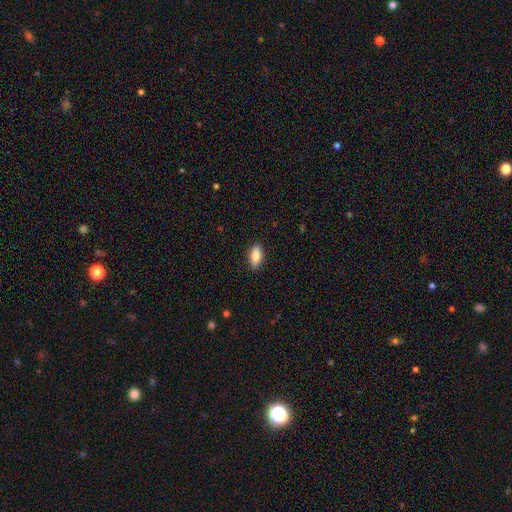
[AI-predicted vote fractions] Overall: smooth (85%). How rounded: in between (87%). Merging: none (87%).